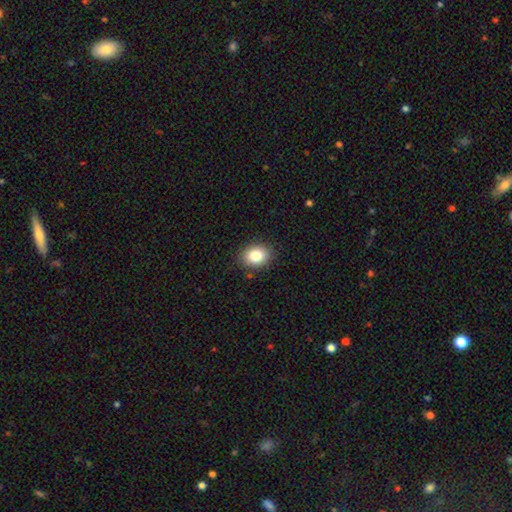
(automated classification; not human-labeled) smooth-or-featured: smooth: 84% | star or artifact: 9% | featured or disk: 7%
  how-rounded: in between: 62% | round: 37% | cigar-shaped: 1%
  merging: none: 87% | minor disturbance: 10% | major disturbance: 2% | merger: 1%